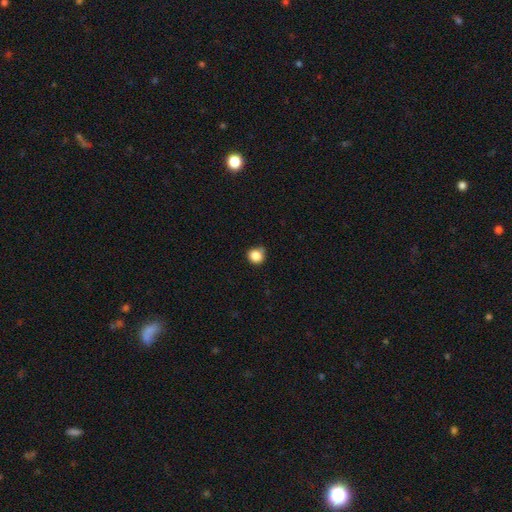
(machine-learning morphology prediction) smooth 86%, star or artifact 10%, featured or disk 4%. Down the decision tree: how rounded — round (89%); merging — none (71%).